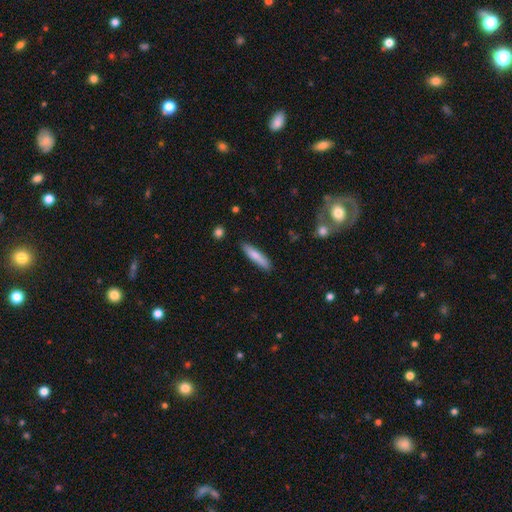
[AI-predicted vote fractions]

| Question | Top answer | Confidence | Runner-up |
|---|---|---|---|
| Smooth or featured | smooth | 77% | featured or disk (17%) |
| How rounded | cigar-shaped | 83% | in between (15%) |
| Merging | none | 86% | minor disturbance (10%) |